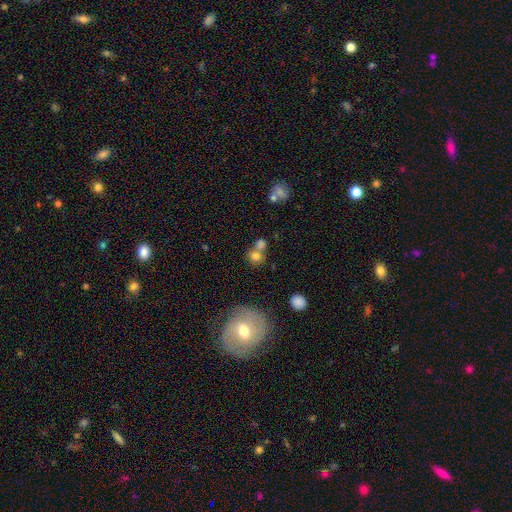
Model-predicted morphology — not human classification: A smooth galaxy with no disk features (76%) that is round (83%). Merging: none (46%).